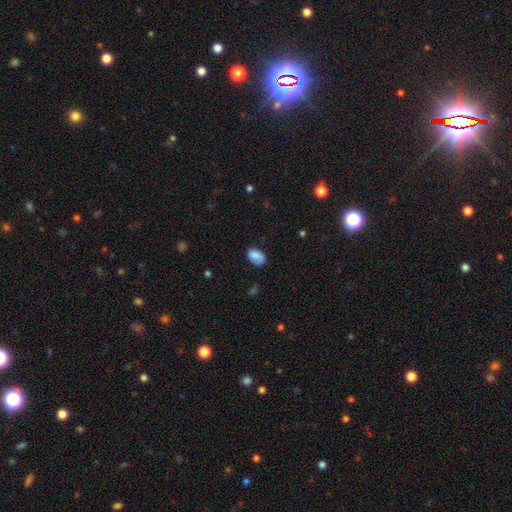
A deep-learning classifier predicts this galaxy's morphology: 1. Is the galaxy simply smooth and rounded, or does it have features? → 84% smooth, 8% star or artifact, 8% featured or disk.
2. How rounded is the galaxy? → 88% in between, 11% round, 1% cigar-shaped.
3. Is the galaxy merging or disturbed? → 66% none, 25% minor disturbance, 7% major disturbance, 2% merger.